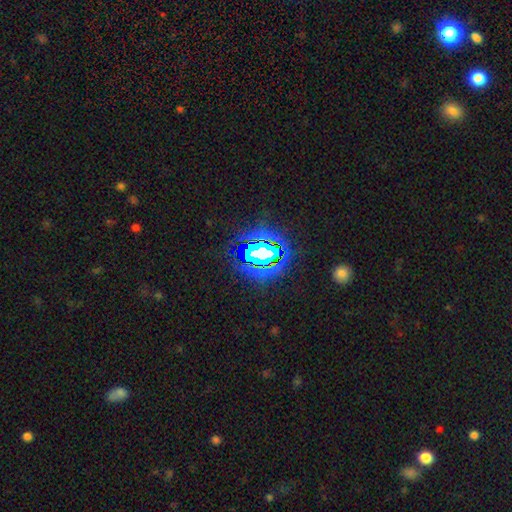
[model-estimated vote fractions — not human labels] This is likely a star or artifact rather than a galaxy (74%).